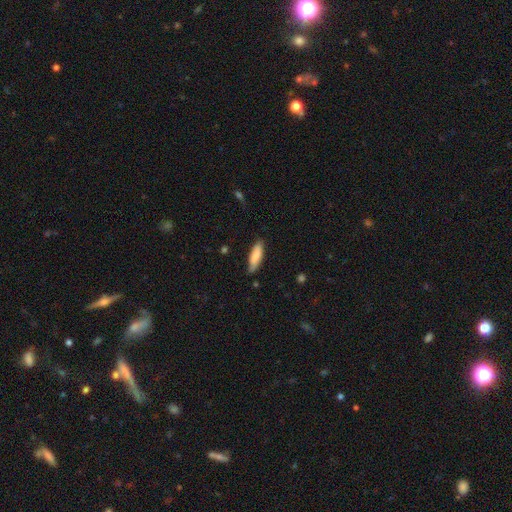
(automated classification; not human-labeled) Overall: smooth (82%). How rounded: cigar-shaped (56%; in between 42%). Merging: none (75%).